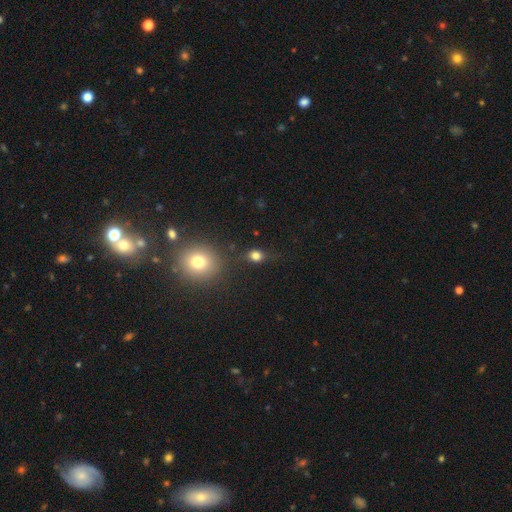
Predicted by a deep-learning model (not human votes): Q: Smooth or featured?
A: smooth (78%); runner-up: star or artifact (15%)
Q: How rounded?
A: round (54%); runner-up: in between (44%)
Q: Merging?
A: none (73%); runner-up: minor disturbance (15%)